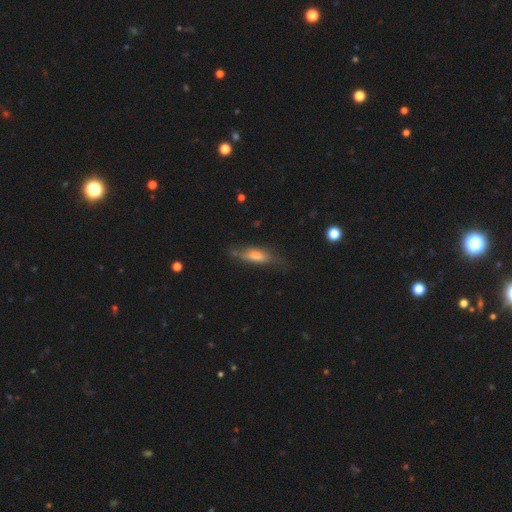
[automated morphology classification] The model was most divided on "how rounded": cigar-shaped: 54%, in between: 43%, round: 3%. More confident: merging — none (63%); smooth or featured — smooth (52%).